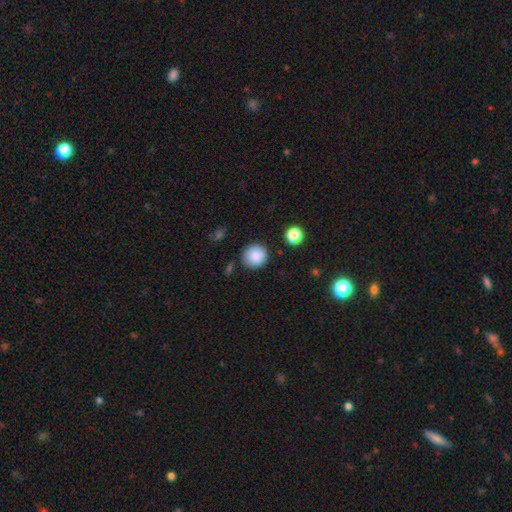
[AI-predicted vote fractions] Smooth or featured: smooth — 86% (star or artifact — 9%)
How rounded: round — 87% (in between — 12%)
Merging: none — 83% (minor disturbance — 11%)